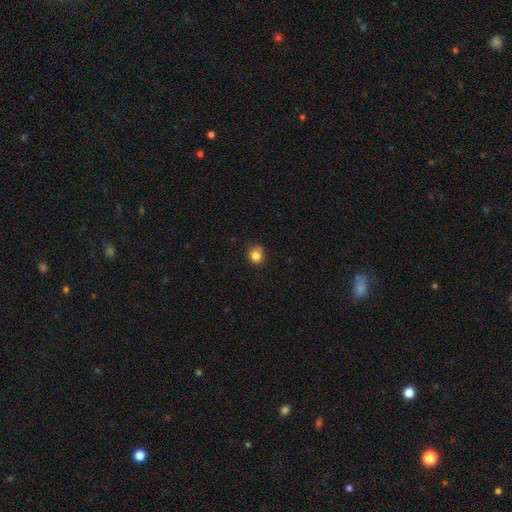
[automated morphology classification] Q: Smooth or featured?
A: smooth (82%); runner-up: star or artifact (11%)
Q: How rounded?
A: round (82%); runner-up: in between (17%)
Q: Merging?
A: none (70%); runner-up: minor disturbance (23%)